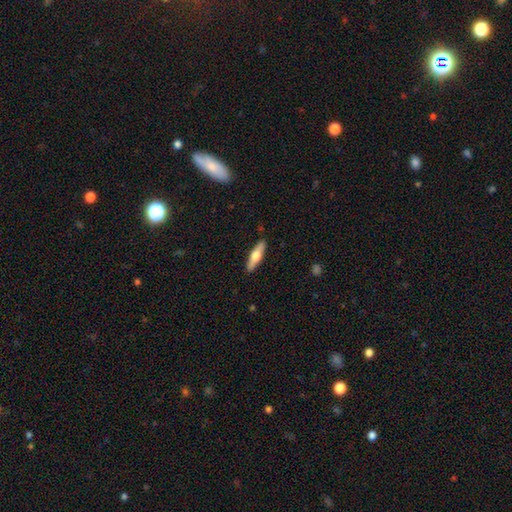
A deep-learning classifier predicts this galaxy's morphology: A smooth galaxy with no disk features (50%) that is cigar-shaped (65%).

Vote fractions:
- Smooth or featured? smooth: 50% / featured or disk: 45% / star or artifact: 5%
- How rounded? cigar-shaped: 65% / in between: 33% / round: 2%
- Merging? none: 89% / minor disturbance: 8% / major disturbance: 2% / merger: 1%